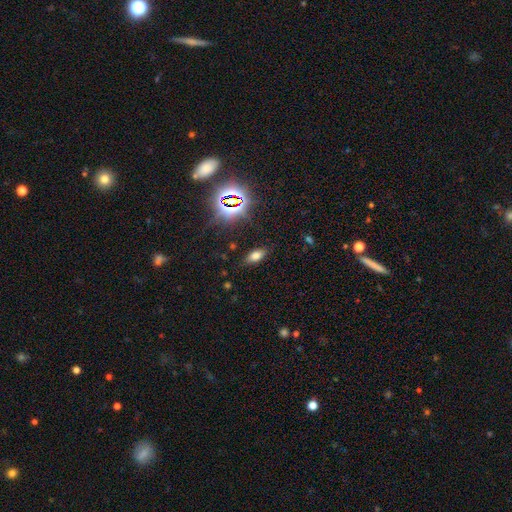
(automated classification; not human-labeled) Q: Smooth or featured?
A: smooth (65%); runner-up: star or artifact (23%)
Q: How rounded?
A: in between (83%); runner-up: cigar-shaped (11%)
Q: Merging?
A: none (85%); runner-up: minor disturbance (10%)